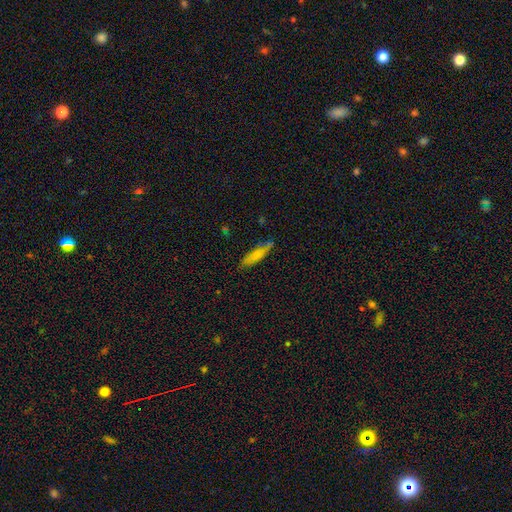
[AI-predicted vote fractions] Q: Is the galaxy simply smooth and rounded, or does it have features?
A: smooth — 70%.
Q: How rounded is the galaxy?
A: cigar-shaped — 71%.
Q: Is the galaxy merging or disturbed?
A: none — 74%.